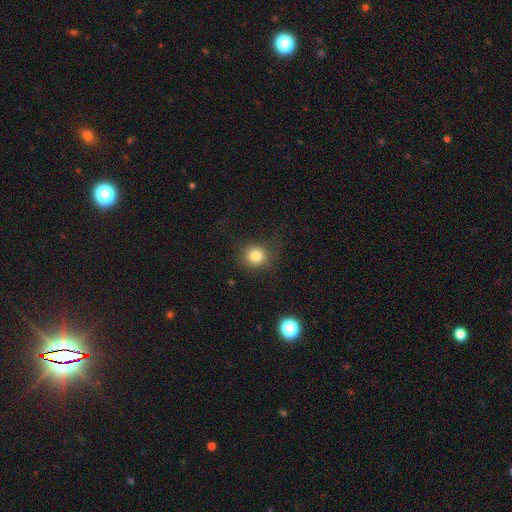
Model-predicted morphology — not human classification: A smooth galaxy with no disk features (81%) that is round (86%).

Vote fractions:
- Smooth or featured? smooth: 81% / star or artifact: 13% / featured or disk: 6%
- How rounded? round: 86% / in between: 13% / cigar-shaped: 1%
- Merging? none: 81% / minor disturbance: 12% / major disturbance: 6% / merger: 1%